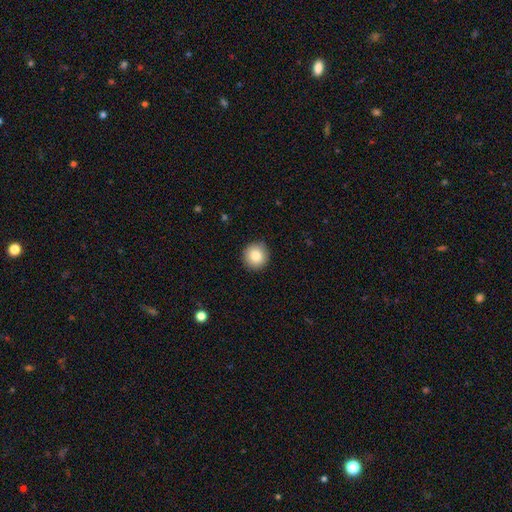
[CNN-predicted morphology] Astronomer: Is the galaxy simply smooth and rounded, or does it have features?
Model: smooth — 86%.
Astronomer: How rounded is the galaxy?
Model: round — 94%.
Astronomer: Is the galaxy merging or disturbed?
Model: none — 91%.